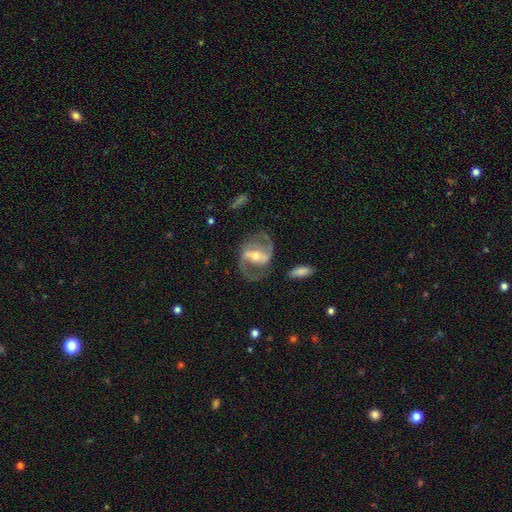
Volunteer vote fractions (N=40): A featured or disk galaxy (95%) with a strong bar (74%), 2 (95%) medium (70%) spiral arms (97%) and a moderate central bulge (50%).

Vote fractions:
- Smooth or featured? featured or disk: 95% / star or artifact: 5% / smooth: 0%
- Edge-on disk? no: 100% / yes: 0%
- Bar? strong: 74% / weak: 21% / no: 5%
- Spiral arms? yes: 97% / no: 3%
- Spiral winding? medium: 70% / loose: 22% / tight: 8%
- Spiral arm count? 2: 95% / 1: 3% / can't tell: 3% / 3: 0% / 4: 0% / more than 4: 0%
- Bulge size? moderate: 50% / small: 45% / large: 5% / dominant: 0% / none: 0%
- Merging? none: 79% / minor disturbance: 16% / major disturbance: 3% / merger: 3%